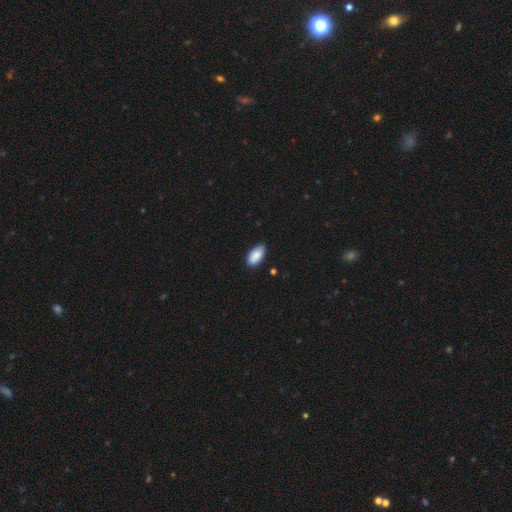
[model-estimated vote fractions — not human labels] This is clearly a smooth galaxy (89%). How rounded: clearly in between (94%). Merging: likely none (78%).